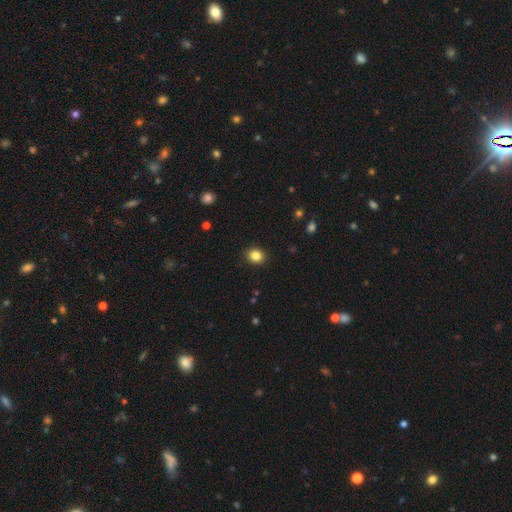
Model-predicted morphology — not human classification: Smooth or featured? Predicted: smooth (p=0.84). How rounded? Predicted: round (p=0.61). Merging? Predicted: none (p=0.91).